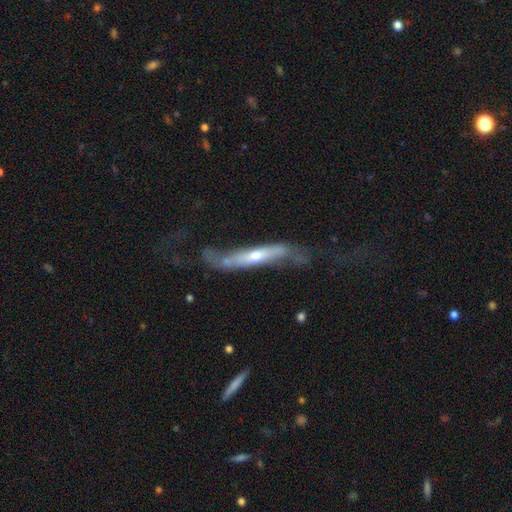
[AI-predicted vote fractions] smooth_or_featured: featured or disk (p=0.68) [alt: smooth p=0.26]
disk_edge_on: yes (p=0.65) [alt: no p=0.35]
merging: none (p=0.43) [alt: major disturbance p=0.28]